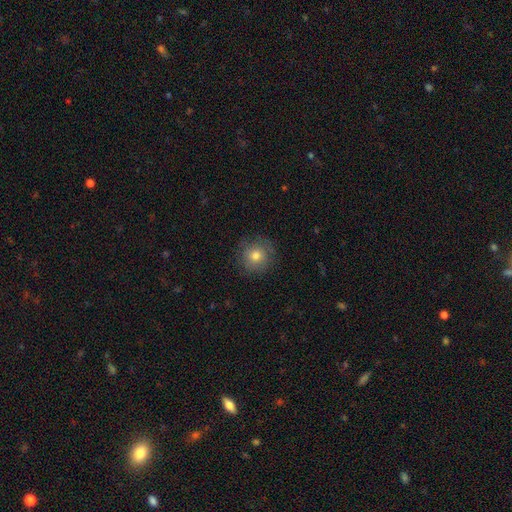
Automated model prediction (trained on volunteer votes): Overall: smooth (74%). How rounded: round (93%). Merging: none (83%).